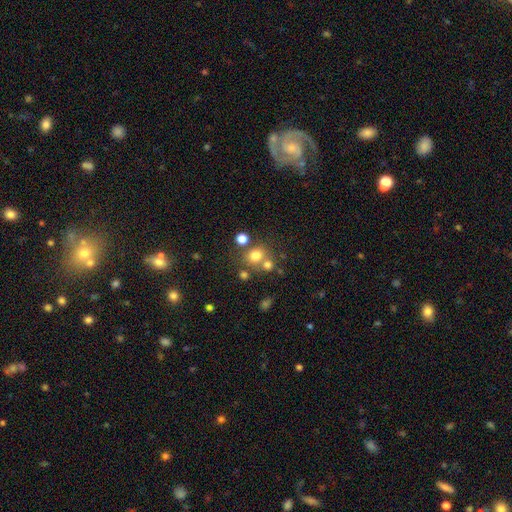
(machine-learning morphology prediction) smooth_or_featured: smooth (p=0.74) [alt: star or artifact p=0.16]
how_rounded: round (p=0.80) [alt: in between p=0.20]
merging: none (p=0.61) [alt: merger p=0.25]